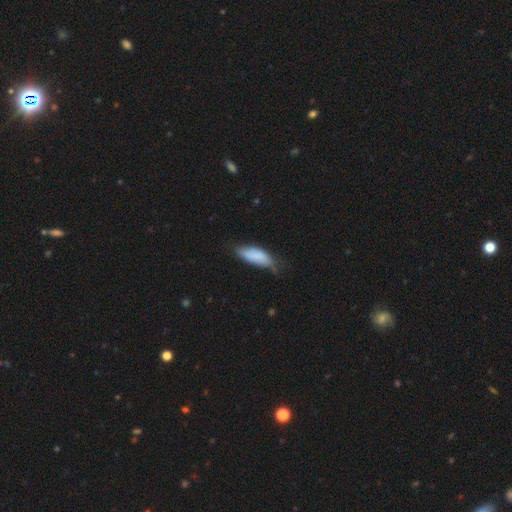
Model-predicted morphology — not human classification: smooth 83%, featured or disk 11%, star or artifact 6%. Down the decision tree: how rounded — in between (68%); merging — none (51%).